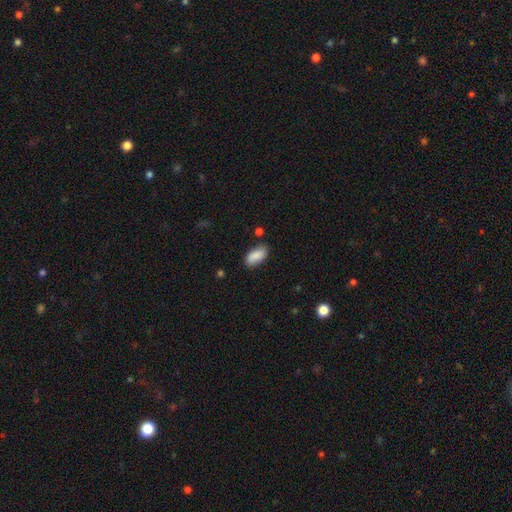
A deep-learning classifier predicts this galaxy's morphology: type=smooth (86%); roundness=in between (92%); merging=none (79%).